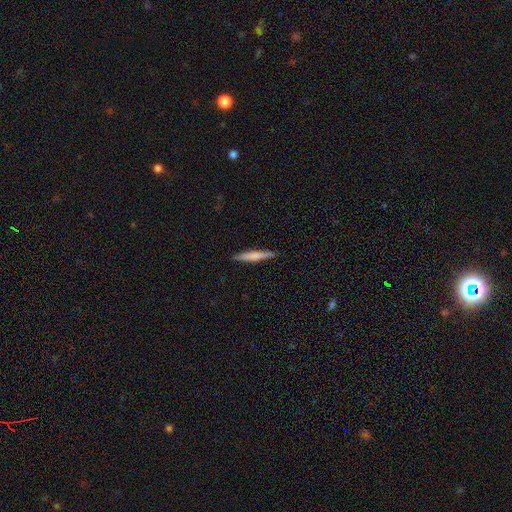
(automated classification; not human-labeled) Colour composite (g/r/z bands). It shows a smooth galaxy with no disk features (60%) that is cigar-shaped (94%). Merging: none (89%).